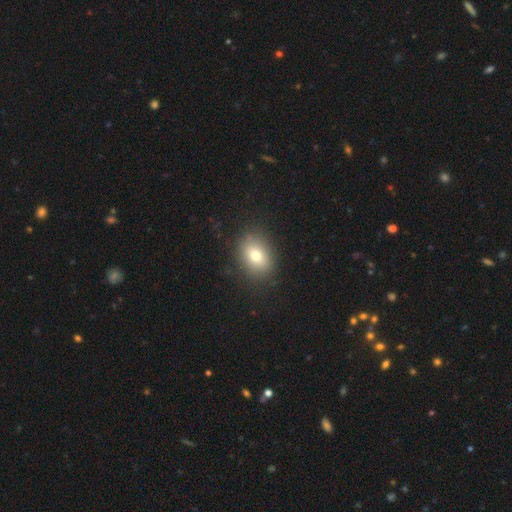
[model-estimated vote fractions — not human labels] Smooth or featured: smooth — 75% (featured or disk — 14%)
How rounded: in between — 69% (round — 30%)
Merging: none — 85% (minor disturbance — 10%)